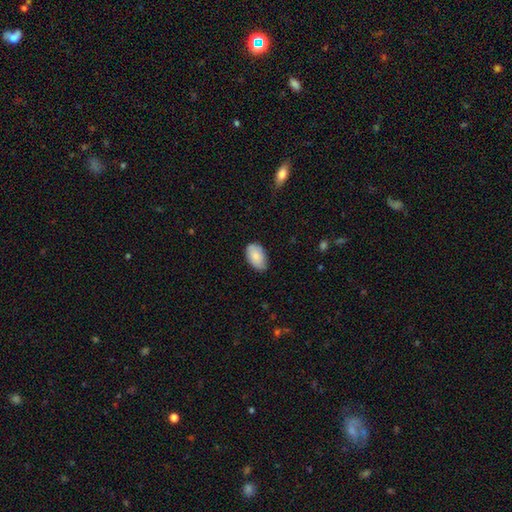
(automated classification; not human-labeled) A smooth galaxy with no disk features (84%) that is in between round and cigar-shaped (93%).

Vote fractions:
- Smooth or featured? smooth: 84% / featured or disk: 10% / star or artifact: 6%
- How rounded? in between: 93% / round: 5% / cigar-shaped: 1%
- Merging? none: 75% / minor disturbance: 21% / major disturbance: 3% / merger: 1%